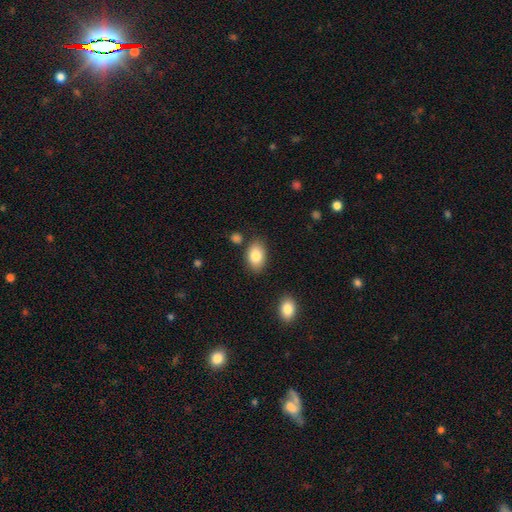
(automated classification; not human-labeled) Smooth or featured?
  - smooth: 83% *
  - featured or disk: 10%
  - star or artifact: 7%
How rounded?
  - in between: 87% *
  - round: 12%
  - cigar-shaped: 1%
Merging?
  - none: 82% *
  - minor disturbance: 11%
  - merger: 4%
  - major disturbance: 3%